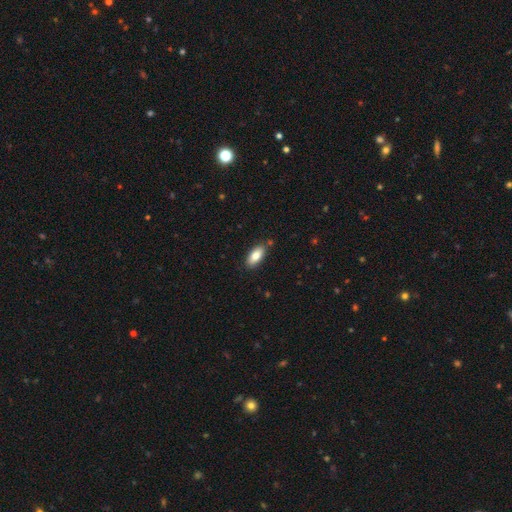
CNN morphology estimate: A smooth galaxy with no disk features (81%) that is in between round and cigar-shaped (88%). Merging: none (84%).